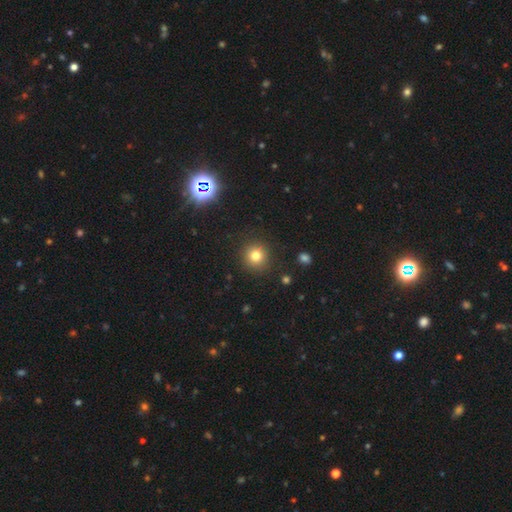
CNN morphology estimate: A smooth galaxy with no disk features (79%) that is round (92%). Merging: none (90%).